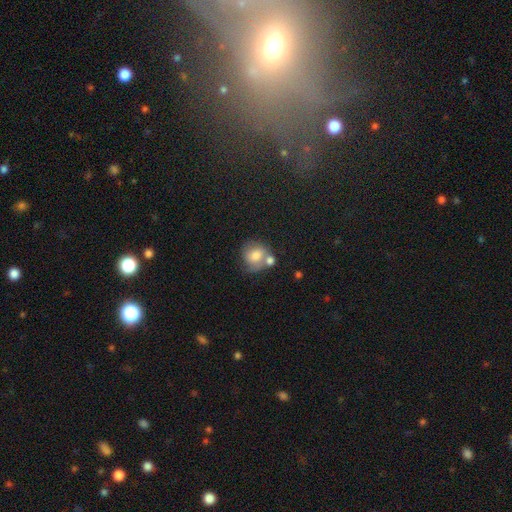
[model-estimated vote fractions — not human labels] This is likely a smooth galaxy (70%). How rounded: likely round (76%). Merging: marginally none (41%).